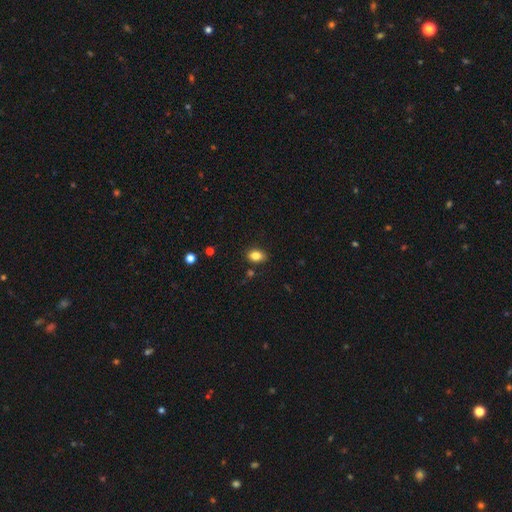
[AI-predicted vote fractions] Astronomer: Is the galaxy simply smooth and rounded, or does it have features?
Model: smooth — 83%.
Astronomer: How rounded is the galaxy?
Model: in between — 77%.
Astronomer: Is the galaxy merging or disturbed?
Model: none — 84%.